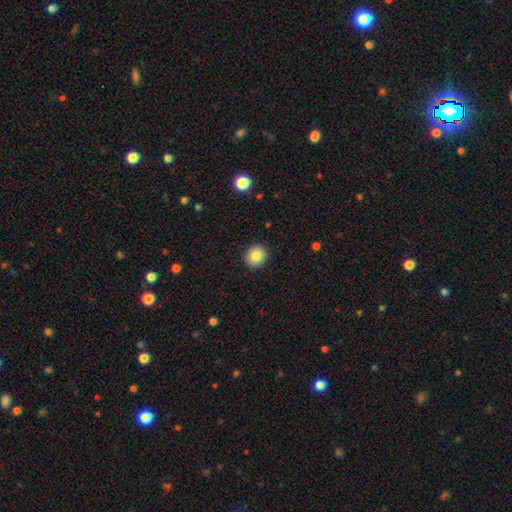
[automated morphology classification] This is clearly a smooth galaxy (85%). How rounded: clearly round (89%). Merging: clearly none (92%).